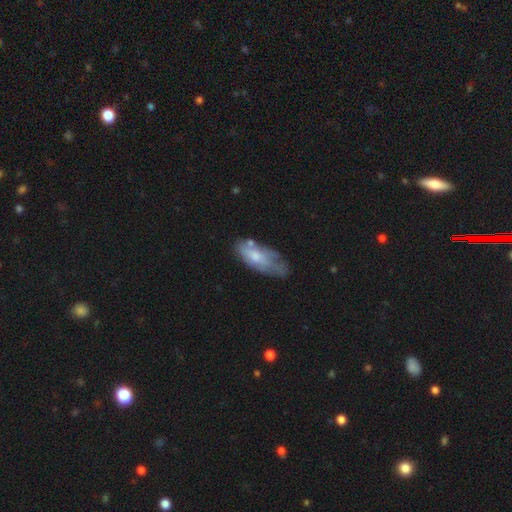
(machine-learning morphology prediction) Q: Smooth or featured?
A: smooth (53%); runner-up: featured or disk (40%)
Q: How rounded?
A: in between (81%); runner-up: cigar-shaped (17%)
Q: Merging?
A: none (42%); runner-up: minor disturbance (34%)